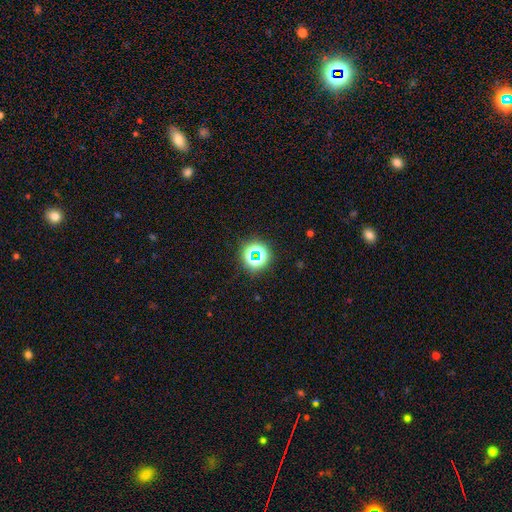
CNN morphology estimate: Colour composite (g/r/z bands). It shows a star or artifact, not a galaxy (62%).